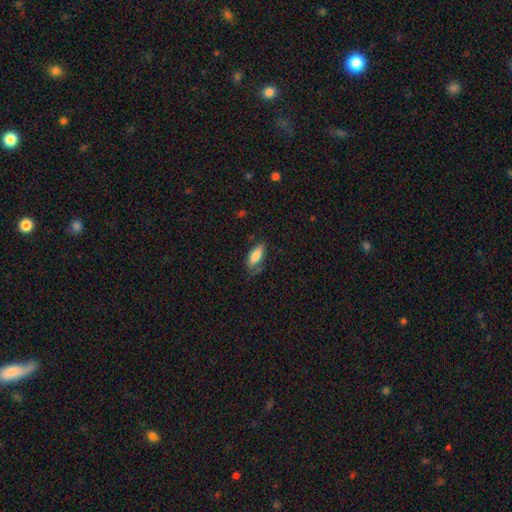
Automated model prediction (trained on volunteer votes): A smooth galaxy with no disk features (80%) that is in between round and cigar-shaped (78%). Merging: none (61%).